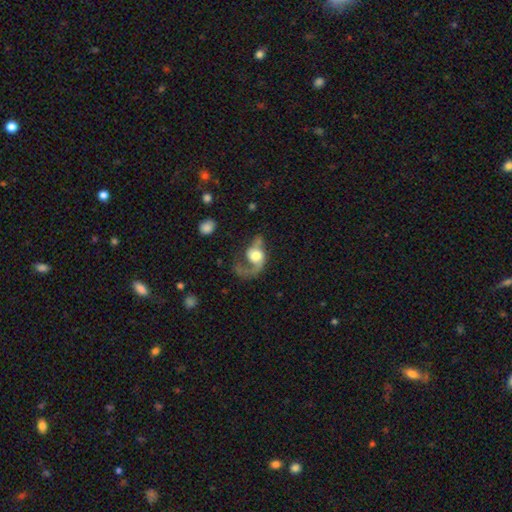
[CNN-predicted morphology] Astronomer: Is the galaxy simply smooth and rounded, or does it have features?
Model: featured or disk — 66%.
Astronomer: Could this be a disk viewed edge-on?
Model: no — 96%.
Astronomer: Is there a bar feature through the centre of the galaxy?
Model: no — 70%.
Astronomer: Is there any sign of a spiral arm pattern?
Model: yes — 84%.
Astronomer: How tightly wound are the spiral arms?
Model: loose — 67%.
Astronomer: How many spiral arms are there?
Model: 1 — 60%.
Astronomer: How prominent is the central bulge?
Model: large — 45% (runner-up: moderate, 39%).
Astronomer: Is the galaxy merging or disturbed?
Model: major disturbance — 53%.